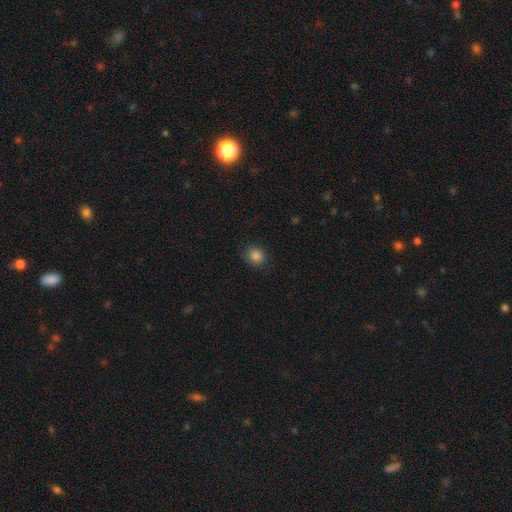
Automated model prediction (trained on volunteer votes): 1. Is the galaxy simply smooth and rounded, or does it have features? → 85% smooth, 11% star or artifact, 4% featured or disk.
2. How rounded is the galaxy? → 75% round, 24% in between, 1% cigar-shaped.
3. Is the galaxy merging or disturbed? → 86% none, 10% minor disturbance, 3% major disturbance, 1% merger.